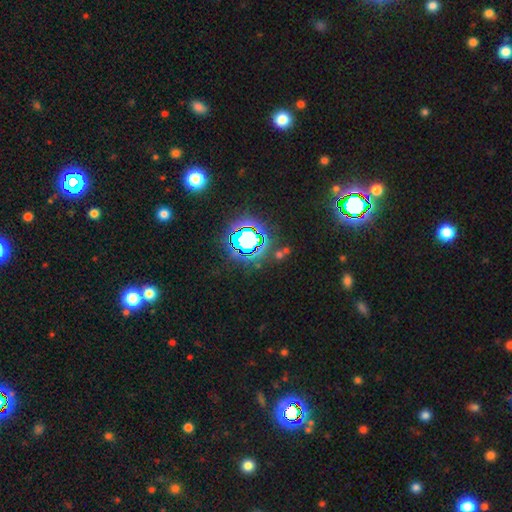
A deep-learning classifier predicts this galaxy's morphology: smooth_or_featured: star or artifact (p=0.81) [alt: smooth p=0.12]